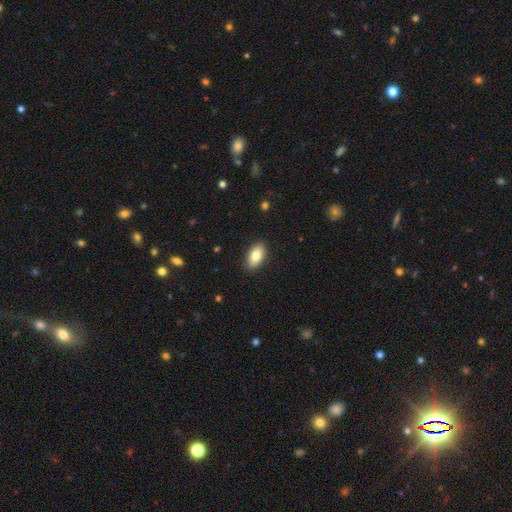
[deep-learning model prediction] This is clearly a smooth galaxy (82%). How rounded: clearly in between (93%). Merging: clearly none (89%).